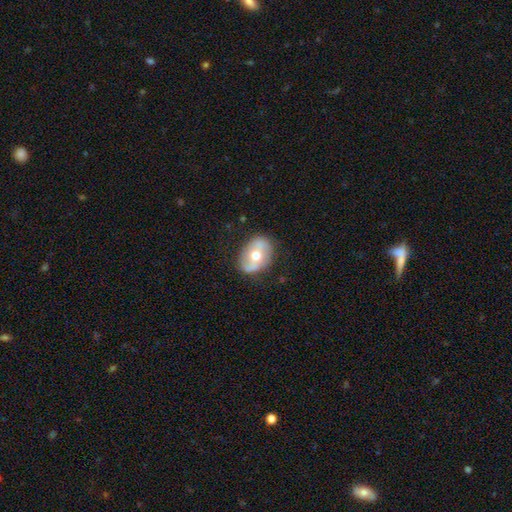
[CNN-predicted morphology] A featured or disk galaxy (54%).

Vote fractions:
- Smooth or featured? featured or disk: 54% / smooth: 39% / star or artifact: 7%
- Edge-on disk? no: 92% / yes: 8%
- Merging? none: 78% / minor disturbance: 16% / major disturbance: 5% / merger: 1%